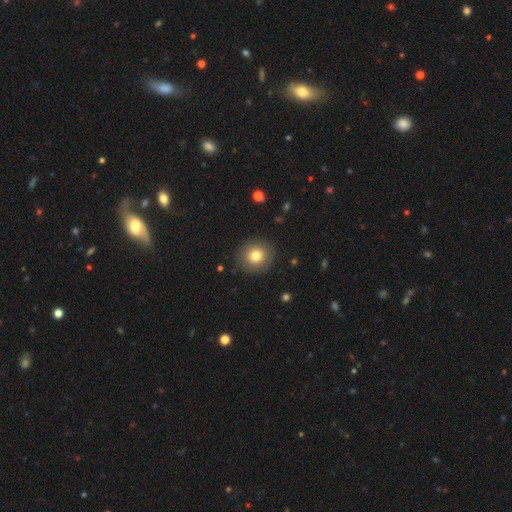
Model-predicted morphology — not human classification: smooth 77%, featured or disk 13%, star or artifact 10%. Down the decision tree: how rounded — round (89%); merging — none (88%).